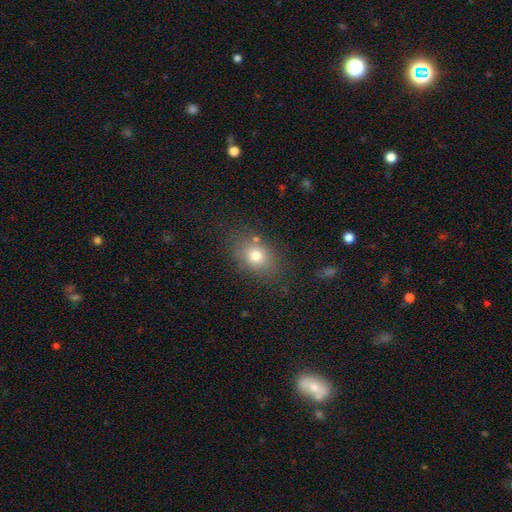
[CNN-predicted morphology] smooth 76%, star or artifact 12%, featured or disk 12%. Down the decision tree: how rounded — in between (63%); merging — none (76%).